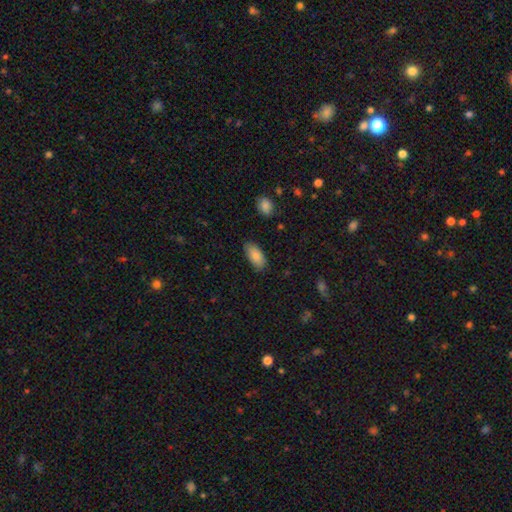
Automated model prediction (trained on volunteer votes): smooth-or-featured: smooth: 85% | featured or disk: 8% | star or artifact: 7%
  how-rounded: in between: 91% | cigar-shaped: 7% | round: 2%
  merging: none: 81% | minor disturbance: 14% | major disturbance: 3% | merger: 1%